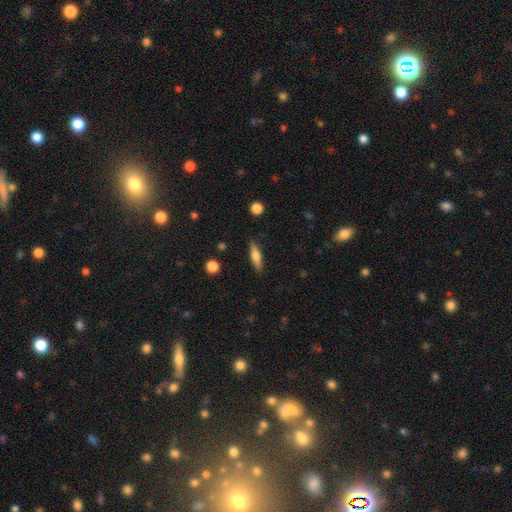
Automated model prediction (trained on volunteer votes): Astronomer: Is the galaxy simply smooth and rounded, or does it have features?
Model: smooth — 64%.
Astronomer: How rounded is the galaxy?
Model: cigar-shaped — 73%.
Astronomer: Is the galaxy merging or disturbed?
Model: none — 88%.